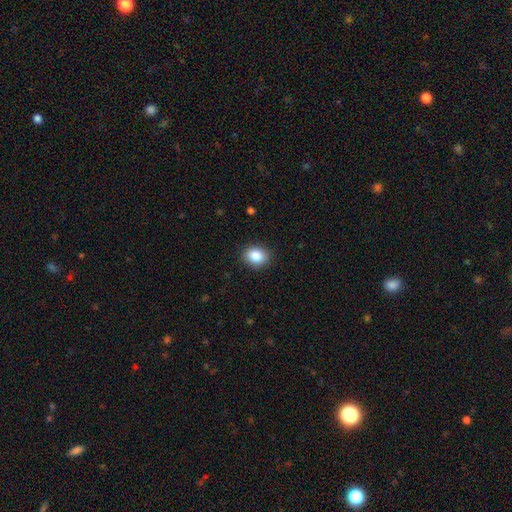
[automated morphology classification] Q: Smooth or featured?
A: smooth (87%); runner-up: star or artifact (9%)
Q: How rounded?
A: round (53%); runner-up: in between (46%)
Q: Merging?
A: none (89%); runner-up: minor disturbance (8%)